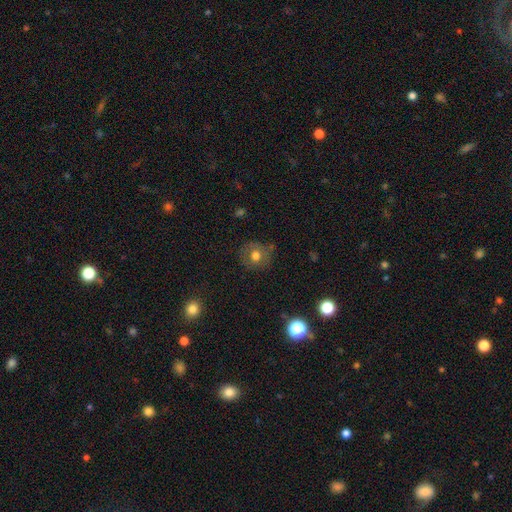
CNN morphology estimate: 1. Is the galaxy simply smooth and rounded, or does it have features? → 68% smooth, 20% featured or disk, 11% star or artifact.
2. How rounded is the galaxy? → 85% round, 14% in between, 1% cigar-shaped.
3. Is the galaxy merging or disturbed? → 77% none, 15% minor disturbance, 5% major disturbance, 3% merger.